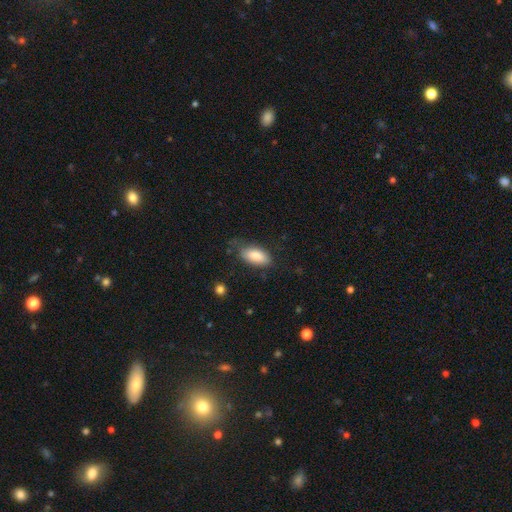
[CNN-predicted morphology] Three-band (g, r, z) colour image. It shows a smooth galaxy with no disk features (84%) that is in between round and cigar-shaped (90%). Merging: none (66%).